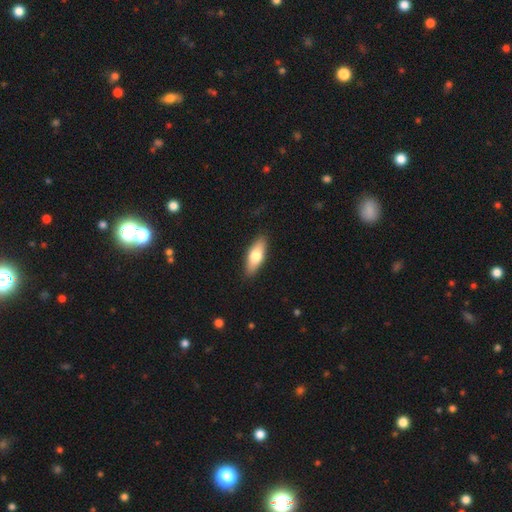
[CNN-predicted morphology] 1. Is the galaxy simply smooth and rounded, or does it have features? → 68% smooth, 27% featured or disk, 6% star or artifact.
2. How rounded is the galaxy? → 68% in between, 29% cigar-shaped, 3% round.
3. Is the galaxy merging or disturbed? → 89% none, 9% minor disturbance, 2% major disturbance, 1% merger.